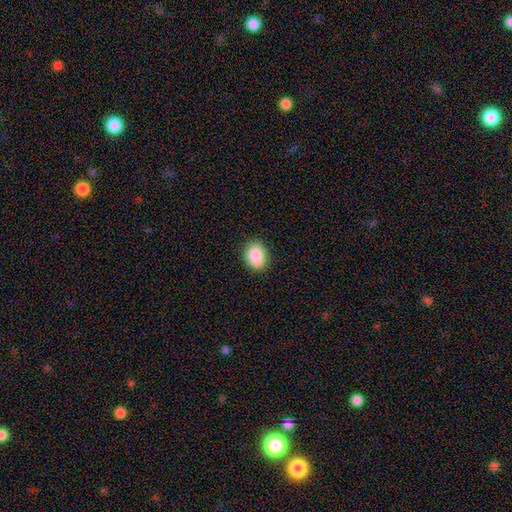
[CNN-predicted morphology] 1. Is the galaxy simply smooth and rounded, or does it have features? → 89% smooth, 8% star or artifact, 4% featured or disk.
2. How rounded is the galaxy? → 69% in between, 30% round, 1% cigar-shaped.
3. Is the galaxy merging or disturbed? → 87% none, 10% minor disturbance, 2% major disturbance, 1% merger.